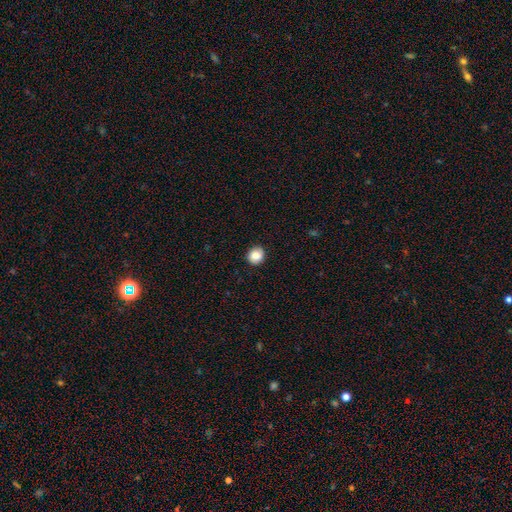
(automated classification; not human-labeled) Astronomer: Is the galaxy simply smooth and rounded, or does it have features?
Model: smooth — 86%.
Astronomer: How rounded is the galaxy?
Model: round — 88%.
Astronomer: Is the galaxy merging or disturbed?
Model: none — 89%.